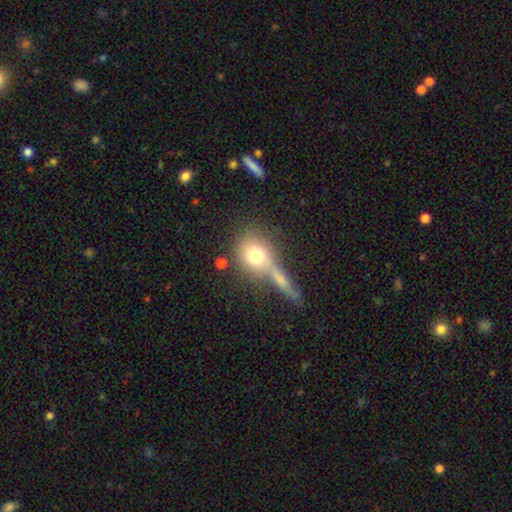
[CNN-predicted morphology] Smooth or featured? smooth (73%)
How rounded? round (70%)
Merging? none (48%)